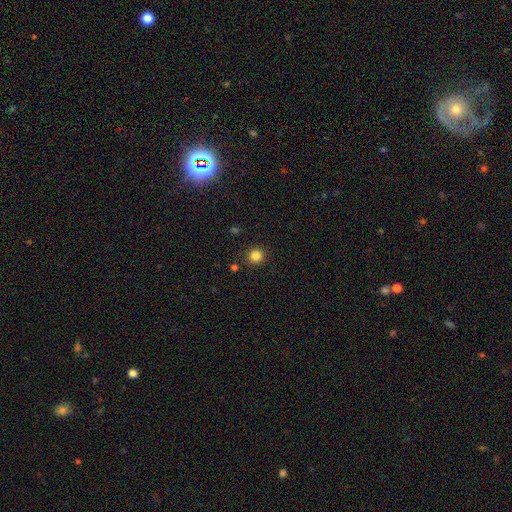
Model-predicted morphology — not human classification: type=smooth (84%); roundness=round (93%); merging=none (90%).